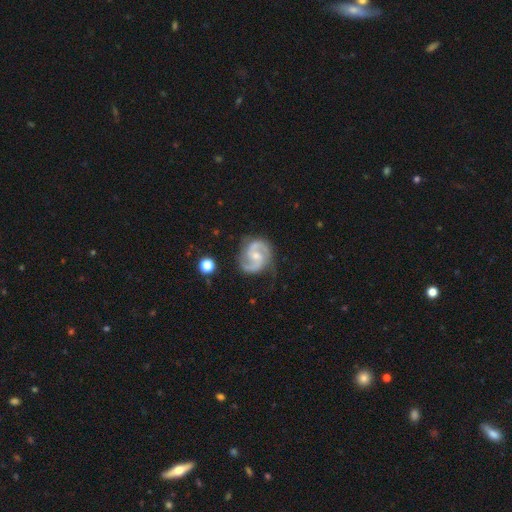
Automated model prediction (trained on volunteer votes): Morphology: type=featured or disk (91%); edge-on=no (98%); bar=weak (46%); spiral arms=yes (98%); winding=medium (60%); arm count=2 (92%); bulge=small (50%); merging=none (75%).